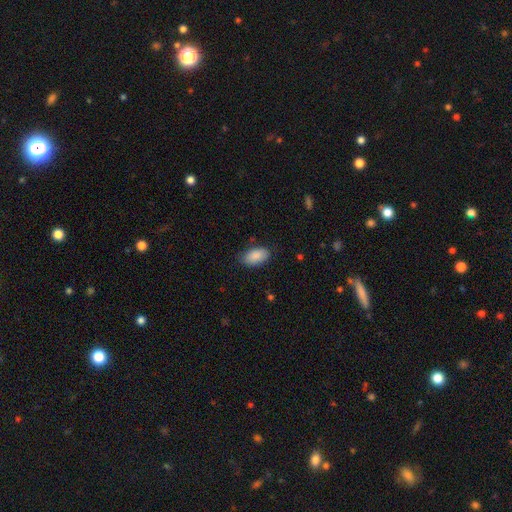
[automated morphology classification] smooth 89%, star or artifact 6%, featured or disk 5%. Down the decision tree: how rounded — in between (94%); merging — none (79%).